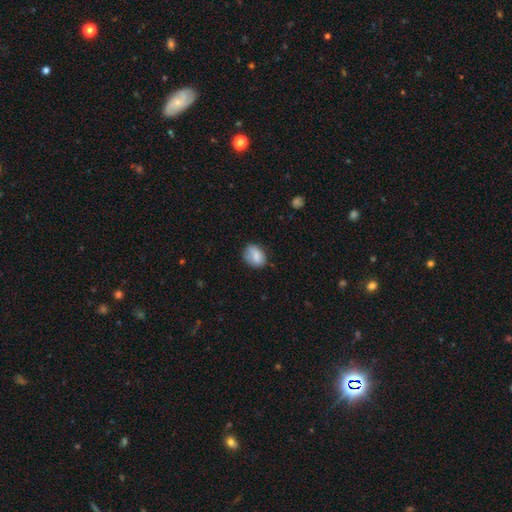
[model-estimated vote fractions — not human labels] This is likely a smooth galaxy (78%). How rounded: likely in between (68%). Merging: likely none (66%).